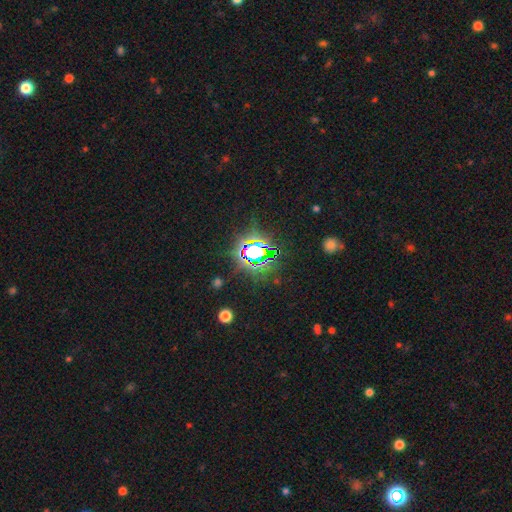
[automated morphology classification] Smooth or featured?
  - star or artifact: 75% *
  - smooth: 15%
  - featured or disk: 10%